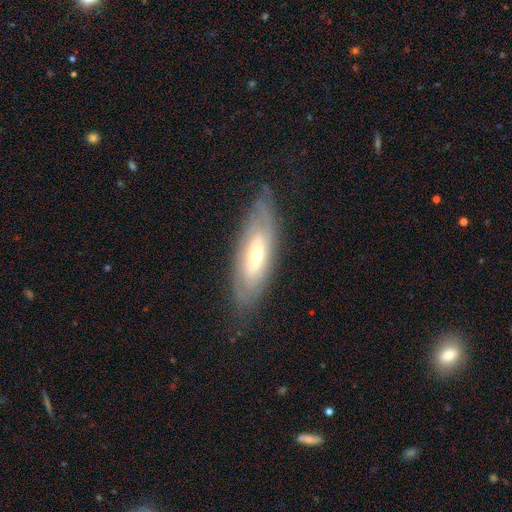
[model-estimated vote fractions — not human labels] smooth_or_featured: featured or disk (p=0.66) [alt: smooth p=0.27]
disk_edge_on: no (p=0.72) [alt: yes p=0.28]
merging: none (p=0.74) [alt: minor disturbance p=0.18]